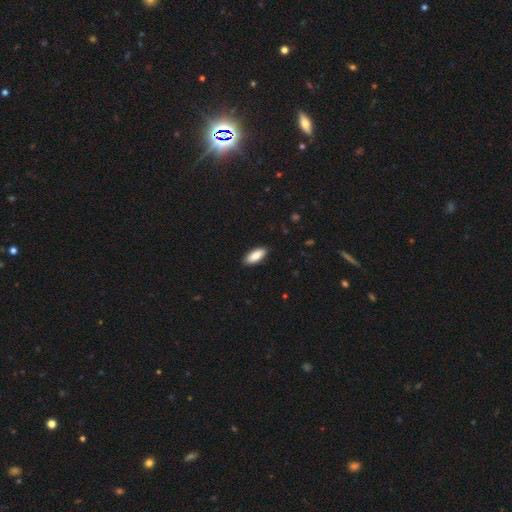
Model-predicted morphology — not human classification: Overall: smooth (87%). How rounded: in between (80%). Merging: none (89%).